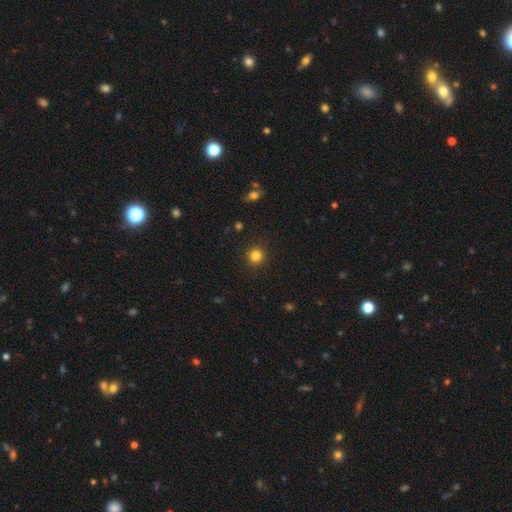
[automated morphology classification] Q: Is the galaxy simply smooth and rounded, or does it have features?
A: smooth — 83%.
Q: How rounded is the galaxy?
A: round — 92%.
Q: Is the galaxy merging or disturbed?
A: none — 92%.